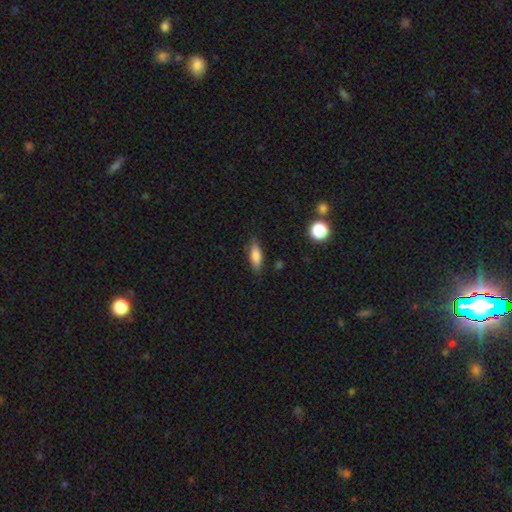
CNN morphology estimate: Smooth or featured?
  - smooth: 78% *
  - featured or disk: 14%
  - star or artifact: 8%
How rounded?
  - in between: 59% *
  - cigar-shaped: 38%
  - round: 3%
Merging?
  - none: 83% *
  - minor disturbance: 13%
  - major disturbance: 3%
  - merger: 2%